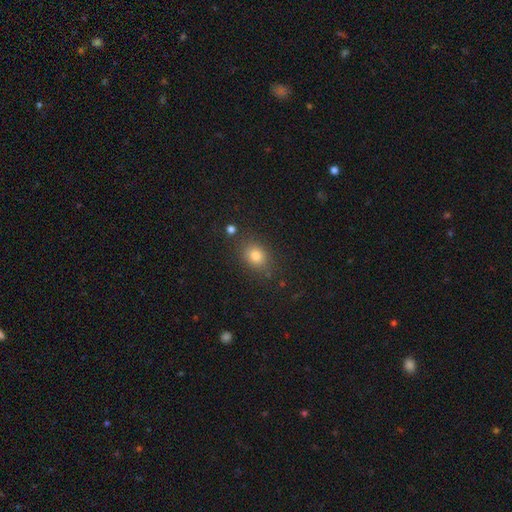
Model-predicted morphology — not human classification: A smooth galaxy with no disk features (80%) that is round (50%). Merging: none (80%).